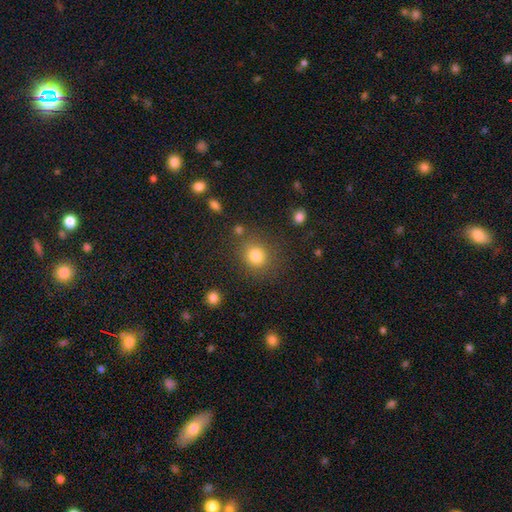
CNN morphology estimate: A smooth galaxy with no disk features (81%) that is round (81%). Merging: none (79%).